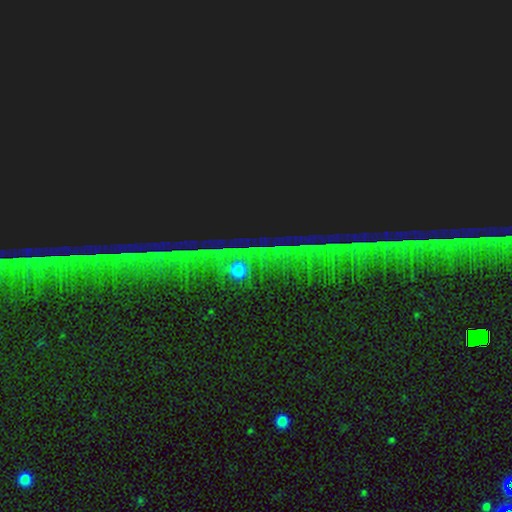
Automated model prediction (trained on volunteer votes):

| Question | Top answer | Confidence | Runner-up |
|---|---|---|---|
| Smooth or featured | star or artifact | 84% | featured or disk (9%) |